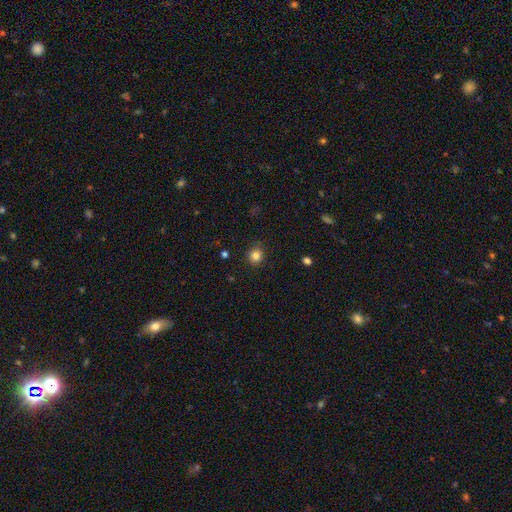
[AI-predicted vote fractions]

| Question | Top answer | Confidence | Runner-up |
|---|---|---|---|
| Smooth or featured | smooth | 83% | star or artifact (12%) |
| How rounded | round | 83% | in between (17%) |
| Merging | none | 88% | minor disturbance (9%) |